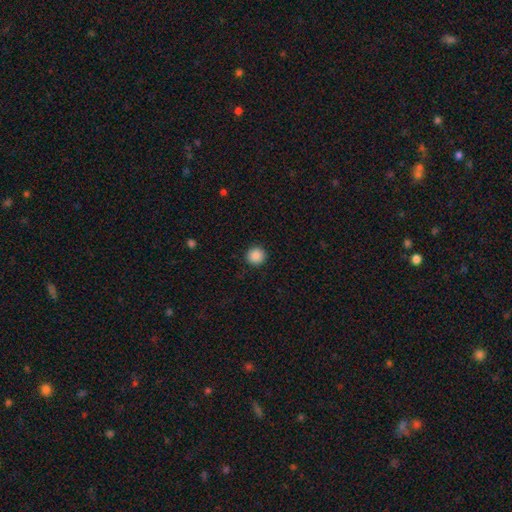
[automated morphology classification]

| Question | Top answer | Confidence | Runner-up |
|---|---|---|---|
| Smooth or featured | smooth | 88% | star or artifact (9%) |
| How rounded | round | 95% | in between (4%) |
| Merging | none | 92% | minor disturbance (5%) |